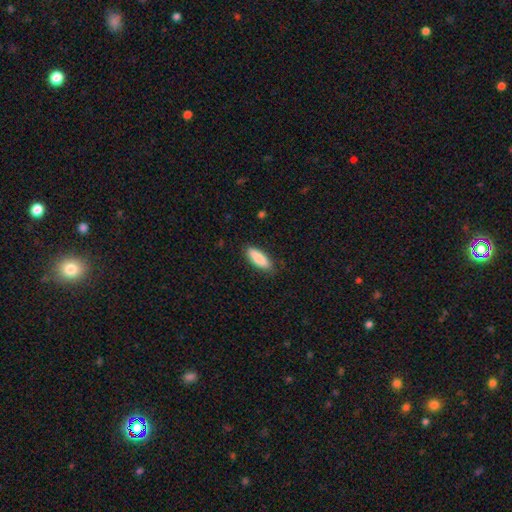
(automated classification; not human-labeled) Smooth or featured? smooth (88%)
How rounded? in between (56%)
Merging? none (85%)